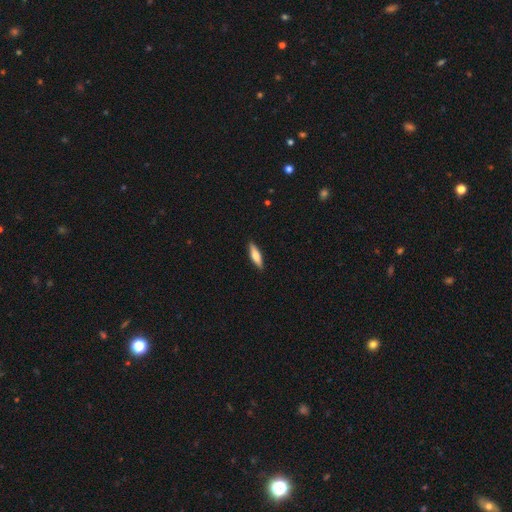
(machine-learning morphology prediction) A smooth galaxy with no disk features (67%) that is cigar-shaped (65%).

Vote fractions:
- Smooth or featured? smooth: 67% / featured or disk: 28% / star or artifact: 6%
- How rounded? cigar-shaped: 65% / in between: 33% / round: 2%
- Merging? none: 89% / minor disturbance: 8% / major disturbance: 2% / merger: 1%